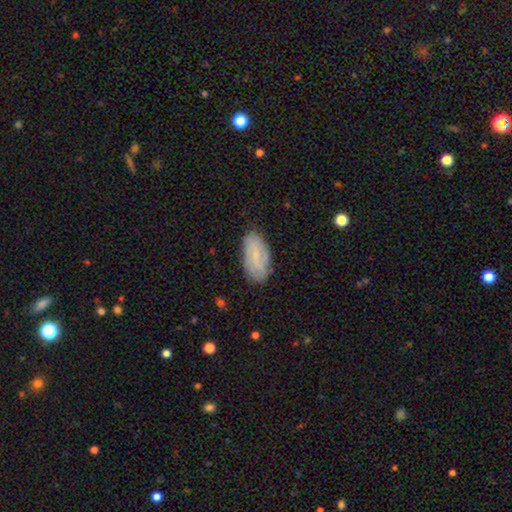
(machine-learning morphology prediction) A smooth galaxy with no disk features (49%). Merging: none (80%).